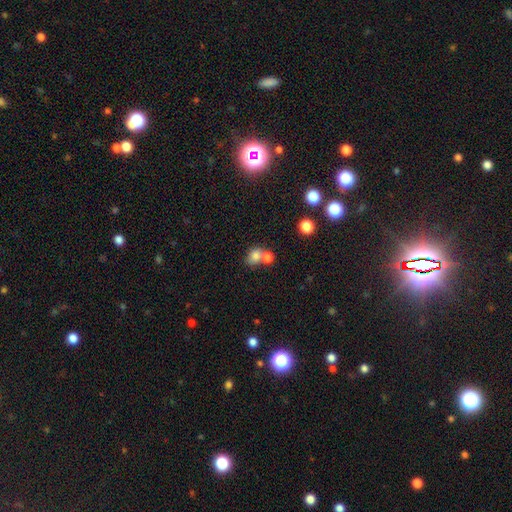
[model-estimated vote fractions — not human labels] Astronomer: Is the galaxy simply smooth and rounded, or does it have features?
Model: smooth — 77%.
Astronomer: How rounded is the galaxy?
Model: round — 56% (runner-up: in between, 42%).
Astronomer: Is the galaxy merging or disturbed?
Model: merger — 46% (runner-up: none, 40%).